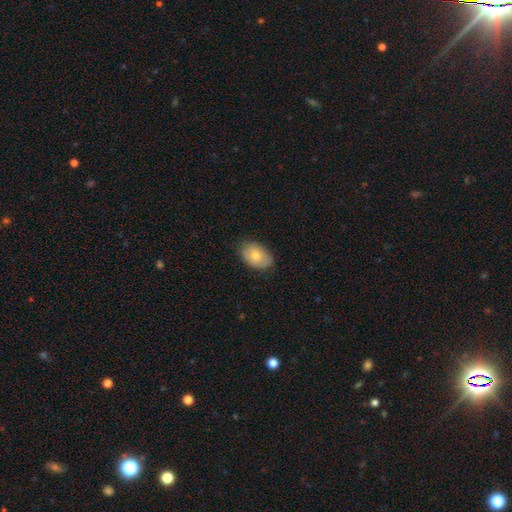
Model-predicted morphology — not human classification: Q: Smooth or featured?
A: smooth (77%); runner-up: featured or disk (17%)
Q: How rounded?
A: in between (87%); runner-up: round (12%)
Q: Merging?
A: none (78%); runner-up: minor disturbance (18%)